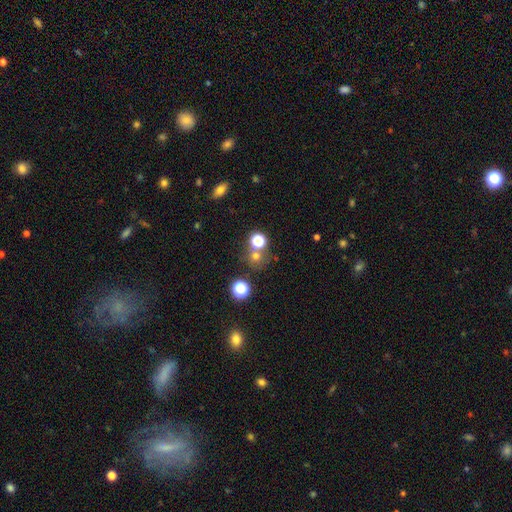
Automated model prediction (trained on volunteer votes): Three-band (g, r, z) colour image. It shows a smooth galaxy with no disk features (61%) that is round (87%). Merging: none (66%).